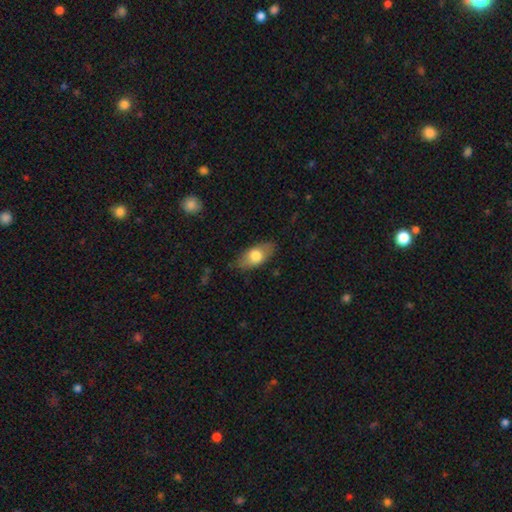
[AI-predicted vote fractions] Smooth or featured? Predicted: smooth (p=0.70). How rounded? Predicted: in between (p=0.88). Merging? Predicted: none (p=0.81).